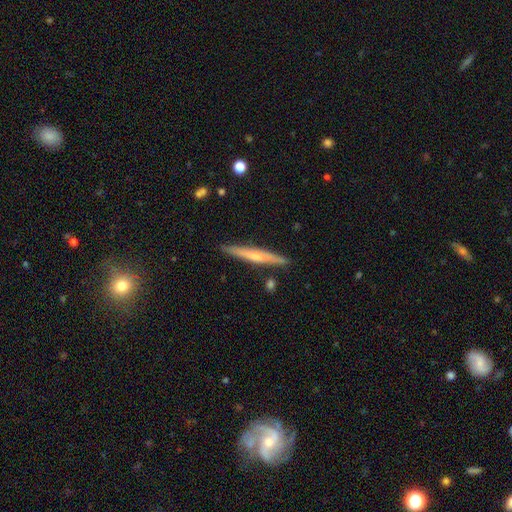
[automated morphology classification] Q: Smooth or featured?
A: featured or disk (52%); runner-up: smooth (43%)
Q: Edge-on disk?
A: yes (96%); runner-up: no (4%)
Q: Merging?
A: none (88%); runner-up: minor disturbance (9%)